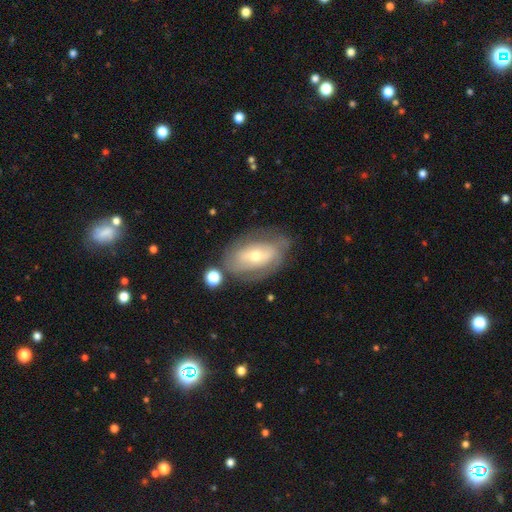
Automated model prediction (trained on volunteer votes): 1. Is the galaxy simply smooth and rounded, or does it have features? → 64% featured or disk, 29% smooth, 7% star or artifact.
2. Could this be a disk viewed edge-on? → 91% no, 9% yes.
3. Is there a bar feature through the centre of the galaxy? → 48% no, 31% weak, 21% strong.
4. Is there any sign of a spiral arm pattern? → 62% yes, 38% no.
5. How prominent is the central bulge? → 50% moderate, 44% small, 4% large, 1% dominant, 1% none.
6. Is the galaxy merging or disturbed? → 67% none, 19% minor disturbance, 9% major disturbance, 5% merger.